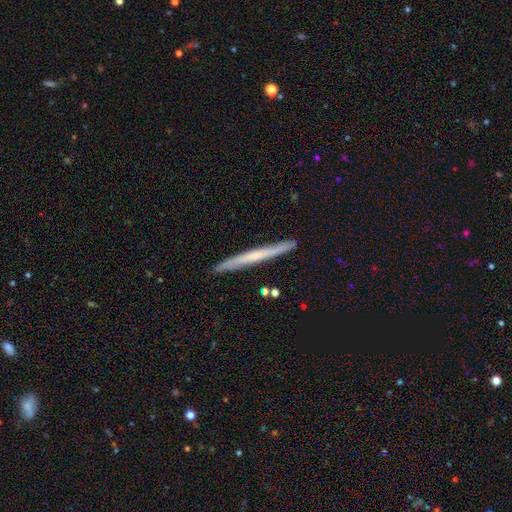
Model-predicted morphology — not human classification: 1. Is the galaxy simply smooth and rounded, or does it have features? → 53% featured or disk, 41% smooth, 7% star or artifact.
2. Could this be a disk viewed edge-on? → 96% yes, 4% no.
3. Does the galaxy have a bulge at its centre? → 74% none, 21% rounded, 5% boxy.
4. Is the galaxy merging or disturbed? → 91% none, 7% minor disturbance, 1% merger, 1% major disturbance.